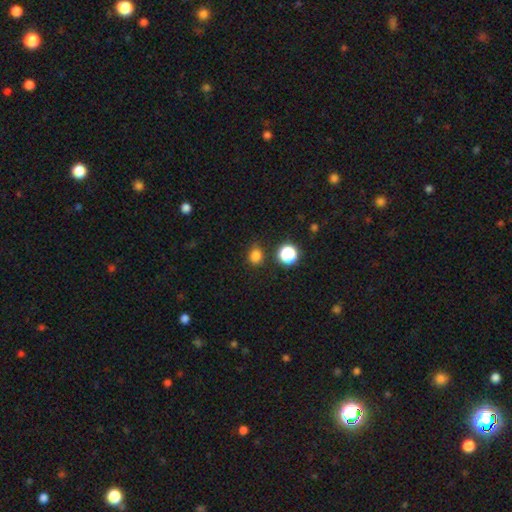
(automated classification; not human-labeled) This appears to be a smooth galaxy with no disk features (80%) that is round (67%). Merging: none (81%).